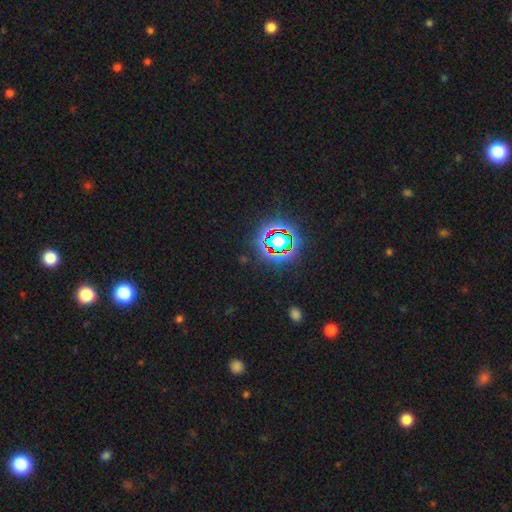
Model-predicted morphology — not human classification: smooth_or_featured: star or artifact (p=0.79) [alt: smooth p=0.13]